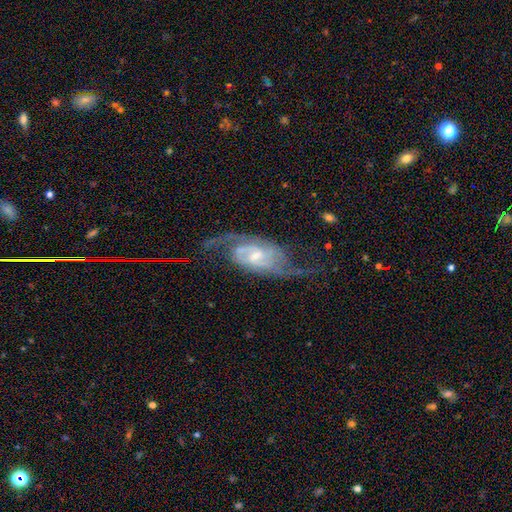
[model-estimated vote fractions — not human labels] smooth_or_featured: featured or disk (p=0.87) [alt: smooth p=0.07]
disk_edge_on: no (p=0.94) [alt: yes p=0.06]
bar: weak (p=0.52) [alt: no p=0.31]
has_spiral_arms: yes (p=0.96) [alt: no p=0.04]
spiral_winding: medium (p=0.45) [alt: loose p=0.34]
spiral_arm_count: 2 (p=0.81) [alt: can't tell p=0.08]
bulge_size: small (p=0.51) [alt: moderate p=0.38]
merging: none (p=0.63) [alt: major disturbance p=0.17]